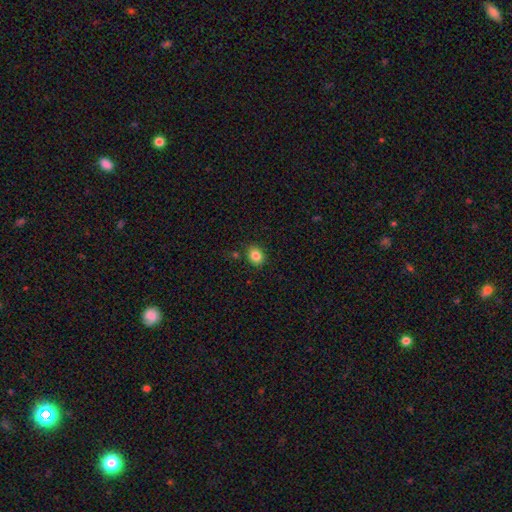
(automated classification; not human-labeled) smooth-or-featured: smooth: 84% | star or artifact: 10% | featured or disk: 6%
  how-rounded: round: 53% | in between: 46% | cigar-shaped: 1%
  merging: none: 85% | minor disturbance: 10% | merger: 3% | major disturbance: 2%